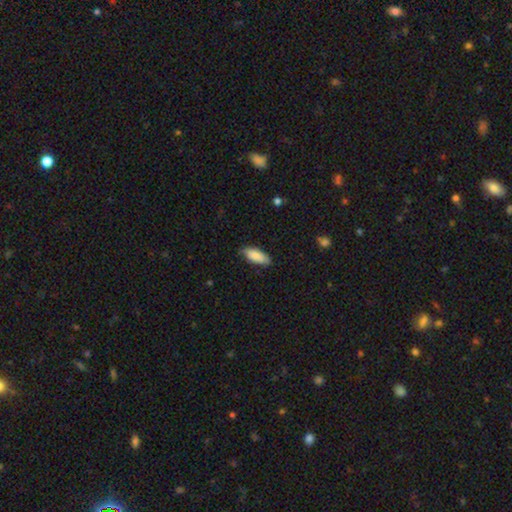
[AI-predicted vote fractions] A smooth galaxy with no disk features (87%) that is in between round and cigar-shaped (80%). Merging: none (79%).